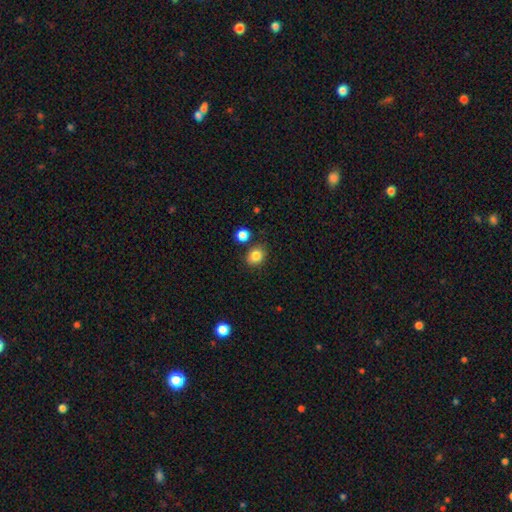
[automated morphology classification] Smooth or featured?
  - smooth: 83% *
  - star or artifact: 11%
  - featured or disk: 6%
How rounded?
  - round: 67% *
  - in between: 32%
  - cigar-shaped: 1%
Merging?
  - none: 80% *
  - minor disturbance: 11%
  - merger: 6%
  - major disturbance: 3%